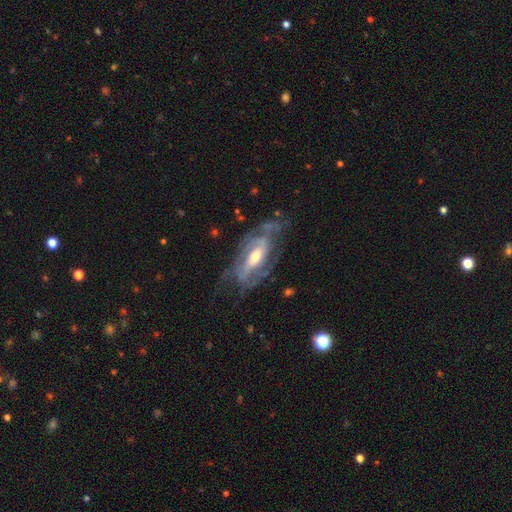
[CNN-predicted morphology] type=featured or disk (84%); edge-on=no (86%); bar=weak (38%); spiral arms=yes (88%); winding=medium (42%); arm count=2 (49%); bulge=moderate (65%); merging=none (59%).